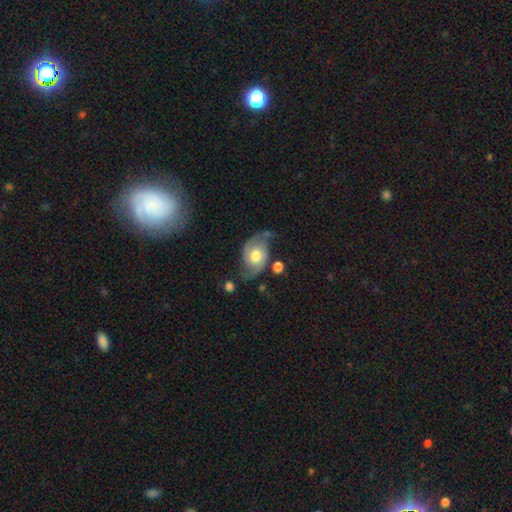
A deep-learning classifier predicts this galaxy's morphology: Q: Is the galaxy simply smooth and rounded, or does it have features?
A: featured or disk — 75%.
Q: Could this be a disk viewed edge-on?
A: no — 97%.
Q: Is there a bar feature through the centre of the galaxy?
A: no — 74%.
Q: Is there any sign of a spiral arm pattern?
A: yes — 91%.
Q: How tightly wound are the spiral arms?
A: loose — 46%.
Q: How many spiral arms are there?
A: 2 — 91%.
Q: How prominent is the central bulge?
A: moderate — 66%.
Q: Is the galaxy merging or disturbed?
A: none — 58%.